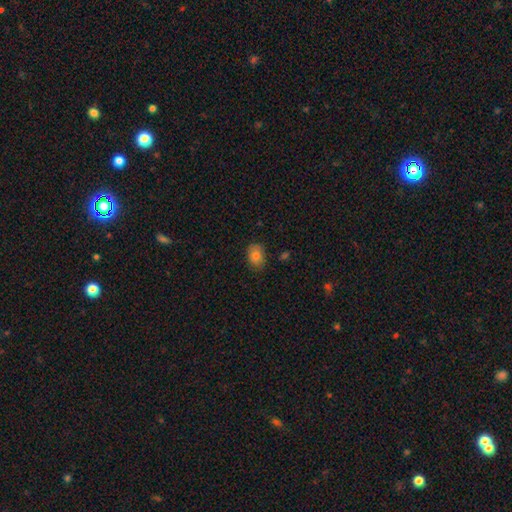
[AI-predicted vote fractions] A smooth galaxy with no disk features (82%) that is in between round and cigar-shaped (74%). Merging: none (83%).